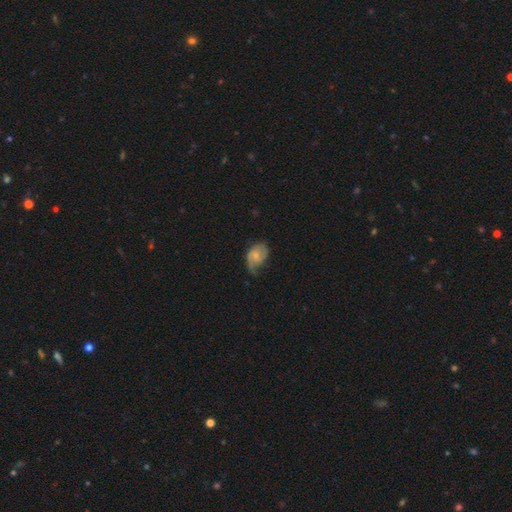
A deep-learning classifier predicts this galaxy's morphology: smooth_or_featured: featured or disk (p=0.59) [alt: smooth p=0.34]
disk_edge_on: no (p=0.97) [alt: yes p=0.03]
bar: no (p=0.61) [alt: weak p=0.34]
has_spiral_arms: yes (p=0.87) [alt: no p=0.13]
bulge_size: small (p=0.52) [alt: moderate p=0.37]
merging: none (p=0.44) [alt: minor disturbance p=0.36]